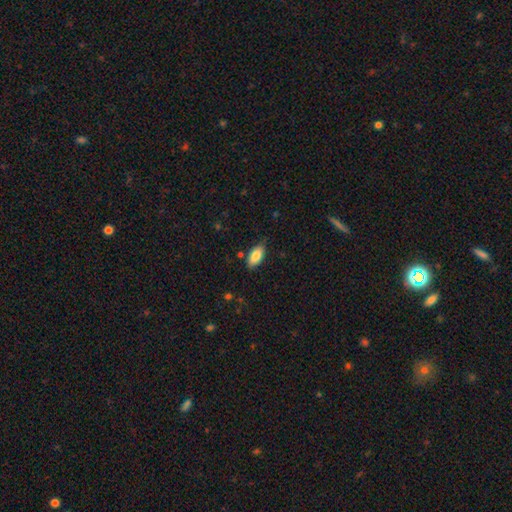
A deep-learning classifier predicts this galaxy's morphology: The model was most divided on "merging": none: 80%, minor disturbance: 16%, major disturbance: 3%, merger: 2%. More confident: how rounded — in between (92%); smooth or featured — smooth (85%).